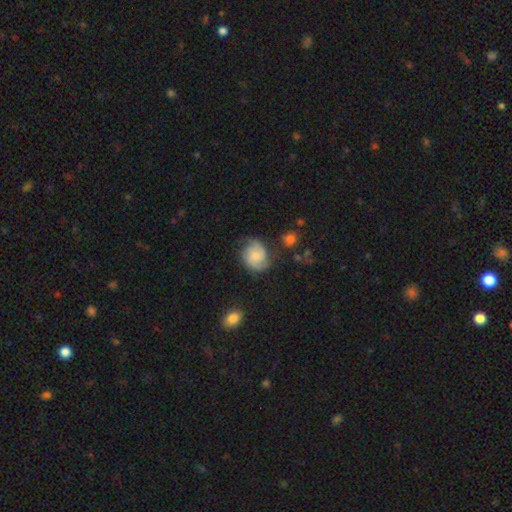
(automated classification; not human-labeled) smooth-or-featured: featured or disk: 56% | smooth: 36% | star or artifact: 8%
  disk-edge-on: no: 98% | yes: 2%
    bar: no: 64% | weak: 32% | strong: 4%
    has-spiral-arms: yes: 91% | no: 9%
      spiral-winding: medium: 44% | tight: 36% | loose: 20%
      spiral-arm-count: 2: 69% | can't tell: 14% | 3: 8% | 1: 5% | 4: 2% | more than 4: 2%
    bulge-size: small: 46% | moderate: 31% | none: 15% | large: 5% | dominant: 2%
  merging: none: 63% | minor disturbance: 24% | major disturbance: 10% | merger: 3%